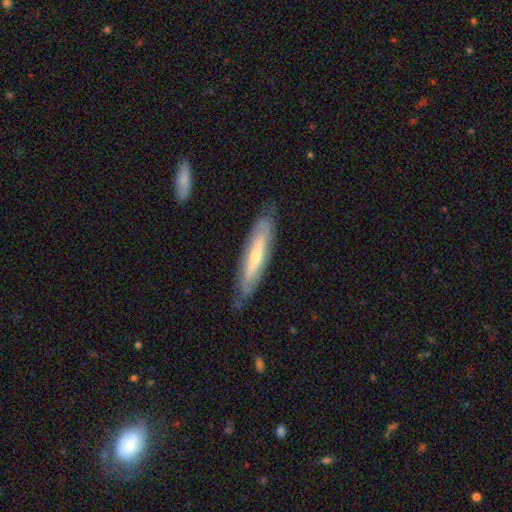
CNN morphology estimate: featured or disk 56%, smooth 38%, star or artifact 6%. Down the decision tree: edge-on disk — yes (55%); merging — none (77%).